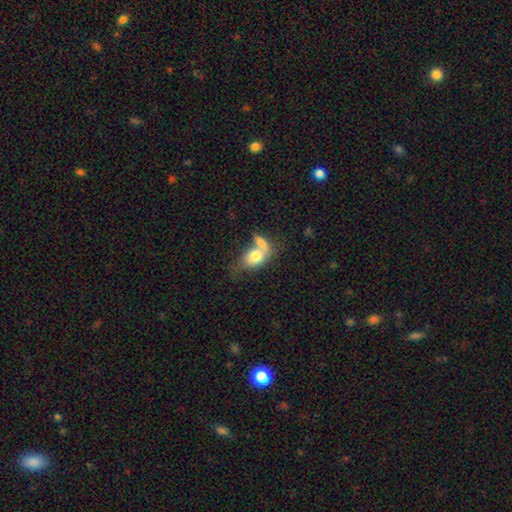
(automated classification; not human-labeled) This appears to be a smooth galaxy with no disk features (75%) that is in between round and cigar-shaped (80%). Merging: merger (60%).